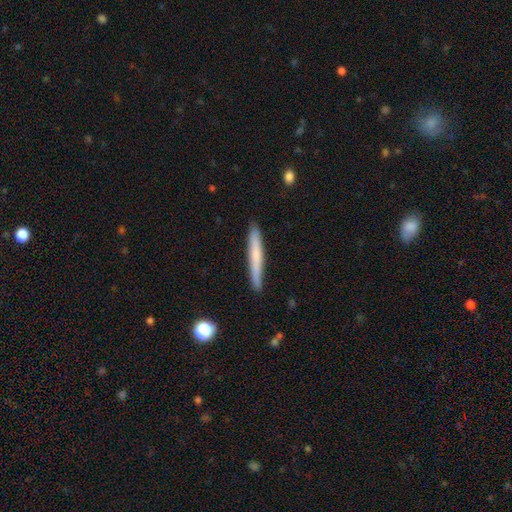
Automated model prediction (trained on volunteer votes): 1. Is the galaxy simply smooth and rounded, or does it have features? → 63% smooth, 31% featured or disk, 6% star or artifact.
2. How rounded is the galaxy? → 96% cigar-shaped, 3% in between, 1% round.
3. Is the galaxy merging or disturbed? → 88% none, 9% minor disturbance, 1% major disturbance, 1% merger.